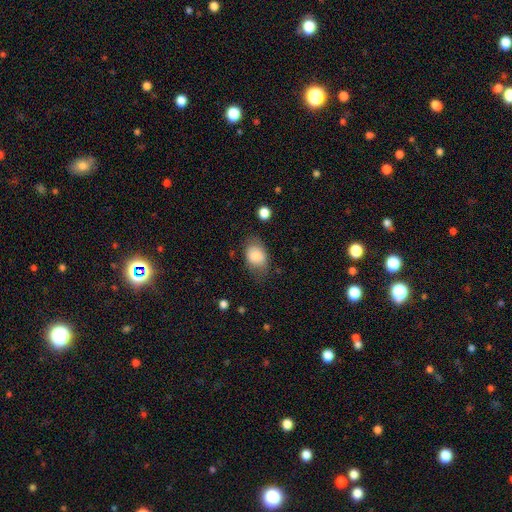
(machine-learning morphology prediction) A smooth galaxy with no disk features (82%) that is in between round and cigar-shaped (75%). Merging: none (66%).